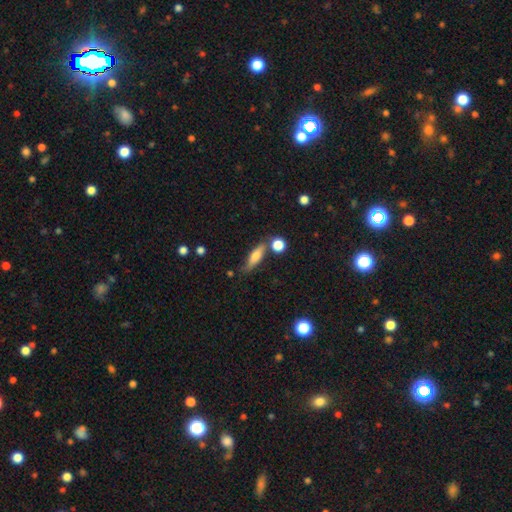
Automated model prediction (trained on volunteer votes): Morphology: type=smooth (64%); roundness=cigar-shaped (59%); merging=none (66%).